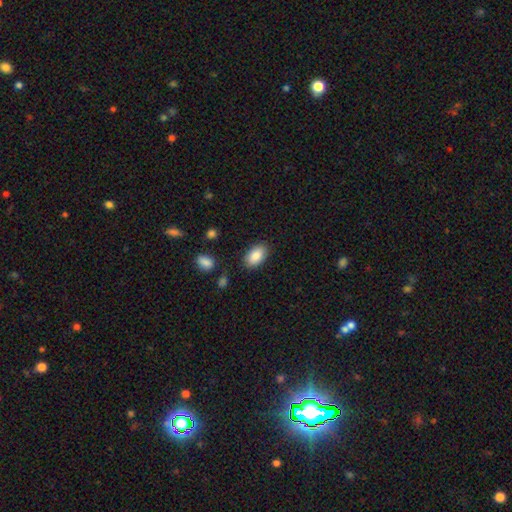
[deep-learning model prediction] Smooth or featured?
  - smooth: 87% *
  - star or artifact: 7%
  - featured or disk: 6%
How rounded?
  - in between: 93% *
  - round: 6%
  - cigar-shaped: 2%
Merging?
  - none: 85% *
  - minor disturbance: 10%
  - major disturbance: 3%
  - merger: 2%